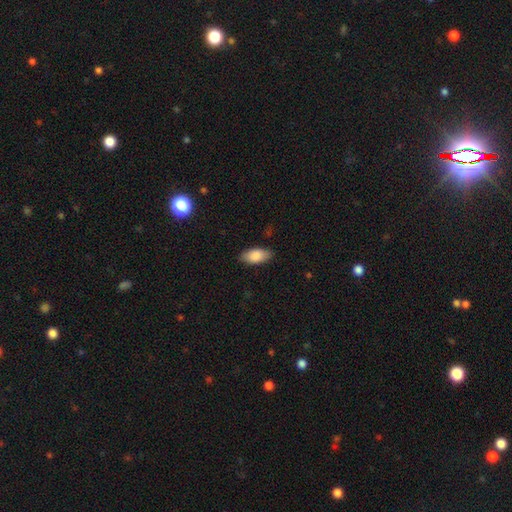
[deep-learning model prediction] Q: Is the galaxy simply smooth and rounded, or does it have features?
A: smooth — 87%.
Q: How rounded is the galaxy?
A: in between — 92%.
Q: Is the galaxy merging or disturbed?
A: none — 85%.